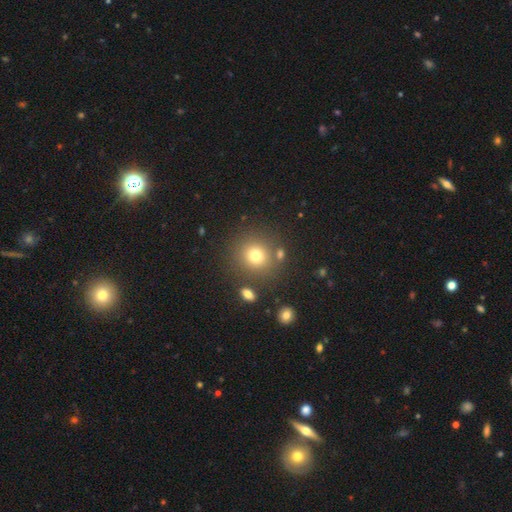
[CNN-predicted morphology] A smooth galaxy with no disk features (75%) that is round (87%). Merging: none (79%).